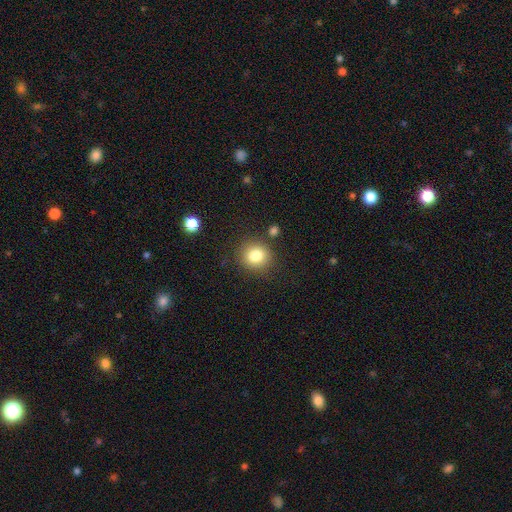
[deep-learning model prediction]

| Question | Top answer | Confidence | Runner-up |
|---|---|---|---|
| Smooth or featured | smooth | 82% | star or artifact (11%) |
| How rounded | round | 87% | in between (12%) |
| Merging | none | 84% | minor disturbance (9%) |